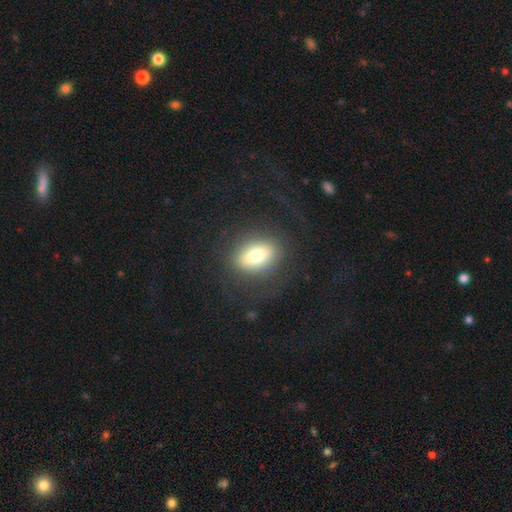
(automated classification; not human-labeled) A smooth galaxy with no disk features (65%) that is in between round and cigar-shaped (73%). Merging: none (74%).